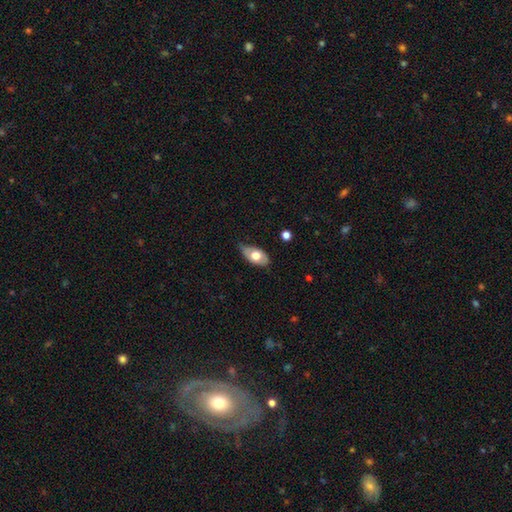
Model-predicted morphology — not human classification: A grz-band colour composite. It shows a smooth galaxy with no disk features (63%) that is in between round and cigar-shaped (91%). Merging: none (63%).